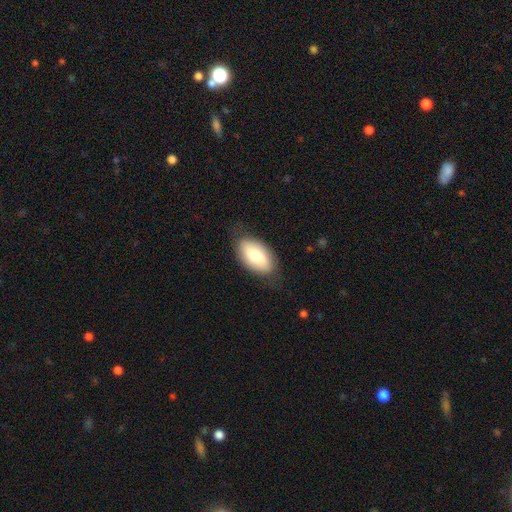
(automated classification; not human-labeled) Smooth or featured?
  - smooth: 72% *
  - featured or disk: 22%
  - star or artifact: 6%
How rounded?
  - in between: 94% *
  - round: 4%
  - cigar-shaped: 3%
Merging?
  - none: 77% *
  - minor disturbance: 17%
  - major disturbance: 5%
  - merger: 1%